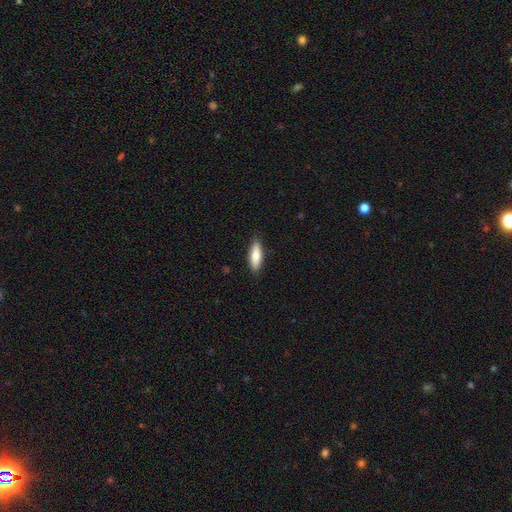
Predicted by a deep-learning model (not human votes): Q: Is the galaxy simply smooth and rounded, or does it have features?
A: smooth — 81%.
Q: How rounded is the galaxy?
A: in between — 54%.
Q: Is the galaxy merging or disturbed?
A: none — 86%.